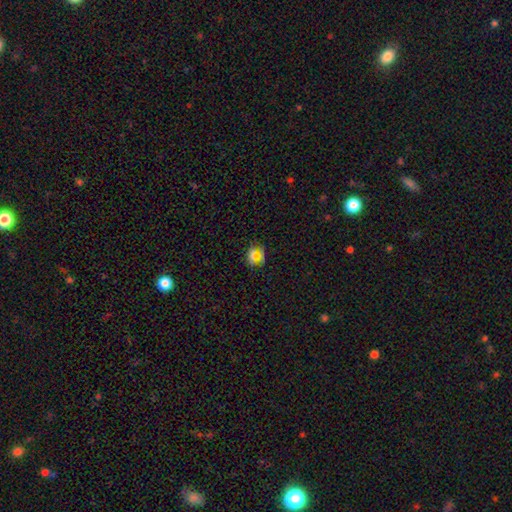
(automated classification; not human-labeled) smooth 64%, star or artifact 21%, featured or disk 14%. Down the decision tree: how rounded — round (50%); merging — none (52%).